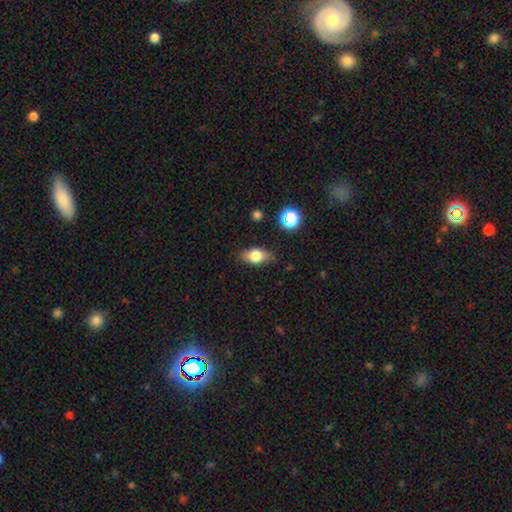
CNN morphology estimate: Overall: smooth (76%). How rounded: in between (82%). Merging: none (80%).